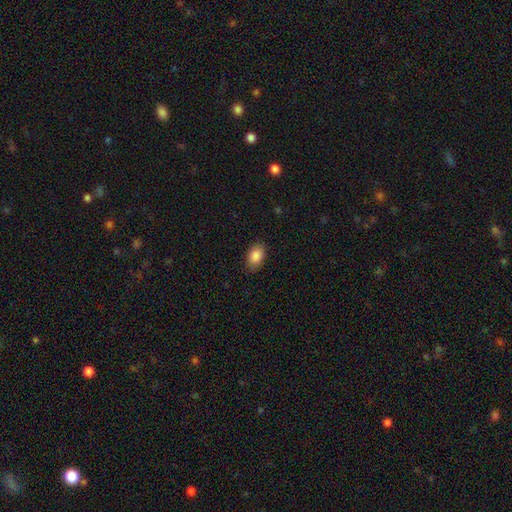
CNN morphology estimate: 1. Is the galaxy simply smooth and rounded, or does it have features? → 88% smooth, 8% star or artifact, 5% featured or disk.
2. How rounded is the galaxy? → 88% in between, 11% round, 1% cigar-shaped.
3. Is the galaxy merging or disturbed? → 84% none, 12% minor disturbance, 3% major disturbance, 1% merger.